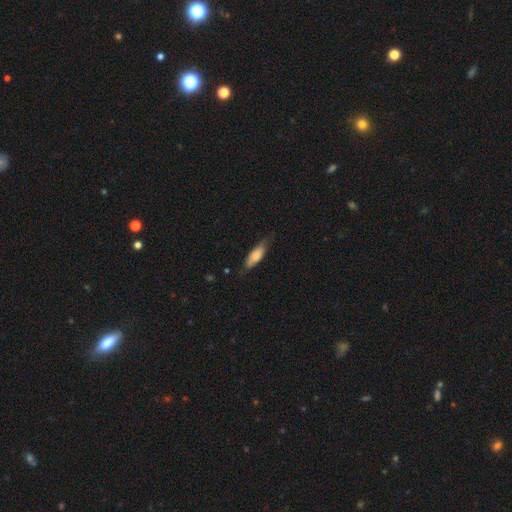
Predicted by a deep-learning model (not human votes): Smooth or featured?
  - smooth: 76% *
  - featured or disk: 18%
  - star or artifact: 6%
How rounded?
  - in between: 58% *
  - cigar-shaped: 40%
  - round: 2%
Merging?
  - none: 71% *
  - minor disturbance: 23%
  - major disturbance: 4%
  - merger: 1%